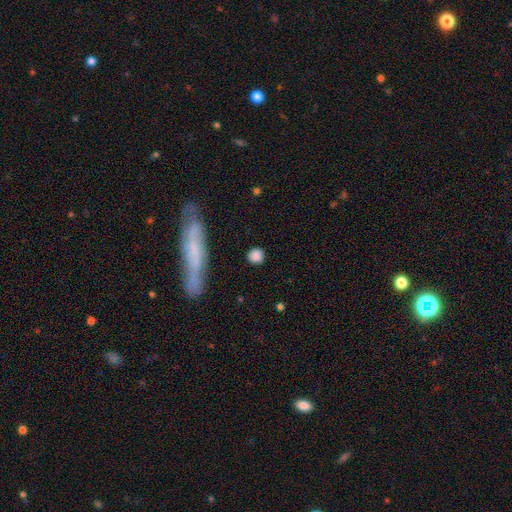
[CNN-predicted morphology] smooth_or_featured: smooth (p=0.84) [alt: star or artifact p=0.09]
how_rounded: round (p=0.86) [alt: in between p=0.10]
merging: none (p=0.85) [alt: minor disturbance p=0.10]